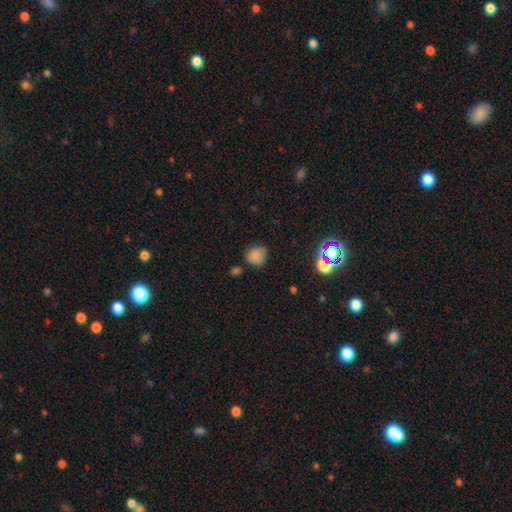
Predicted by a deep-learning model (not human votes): Overall: smooth (78%). How rounded: round (74%). Merging: none (64%; minor disturbance 25%).